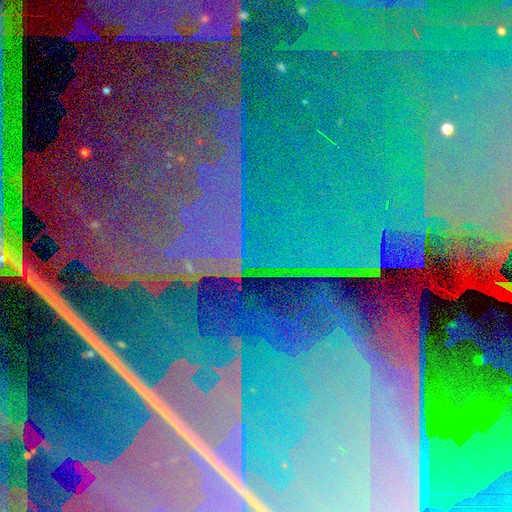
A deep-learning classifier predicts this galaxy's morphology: This appears to be a star or artifact, not a galaxy (88%).